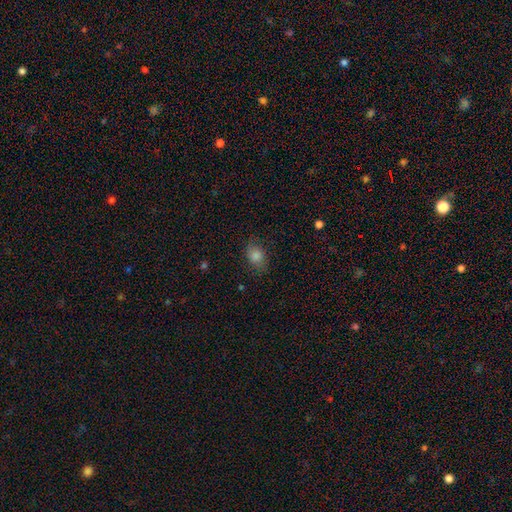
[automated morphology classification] type=smooth (79%); roundness=in between (68%); merging=none (78%).